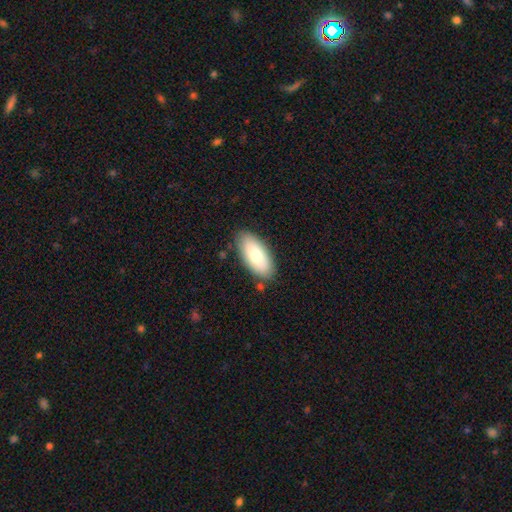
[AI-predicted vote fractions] This appears to be a smooth galaxy with no disk features (75%) that is in between round and cigar-shaped (91%). Merging: none (82%).